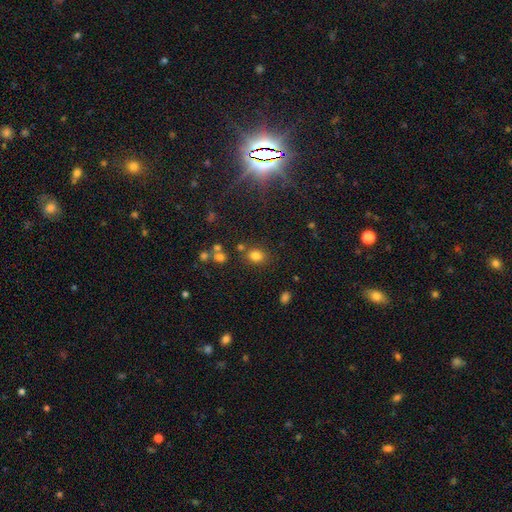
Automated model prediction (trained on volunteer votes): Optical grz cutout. It shows a smooth galaxy with no disk features (79%) that is in between round and cigar-shaped (50%). Merging: none (76%).